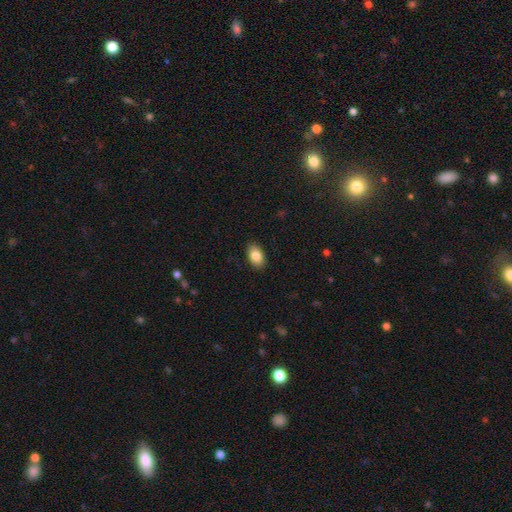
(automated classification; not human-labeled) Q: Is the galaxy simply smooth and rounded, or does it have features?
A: smooth — 86%.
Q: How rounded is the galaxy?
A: in between — 91%.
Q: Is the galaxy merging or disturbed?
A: none — 89%.